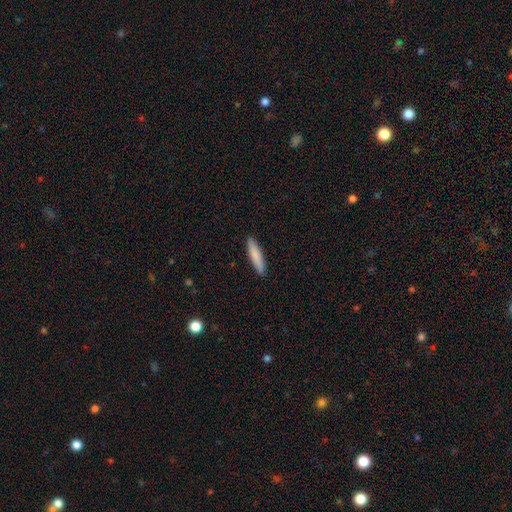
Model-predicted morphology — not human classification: Smooth or featured? Predicted: smooth (p=0.83). How rounded? Predicted: cigar-shaped (p=0.85). Merging? Predicted: none (p=0.91).